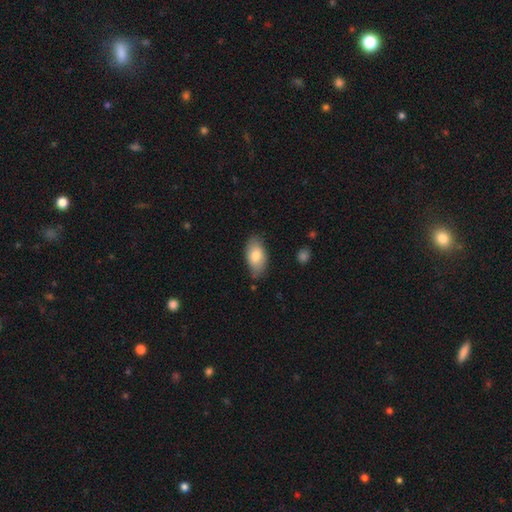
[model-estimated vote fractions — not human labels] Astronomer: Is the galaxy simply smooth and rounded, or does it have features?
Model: smooth — 79%.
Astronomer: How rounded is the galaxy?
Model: in between — 93%.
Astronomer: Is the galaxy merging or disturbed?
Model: none — 77%.